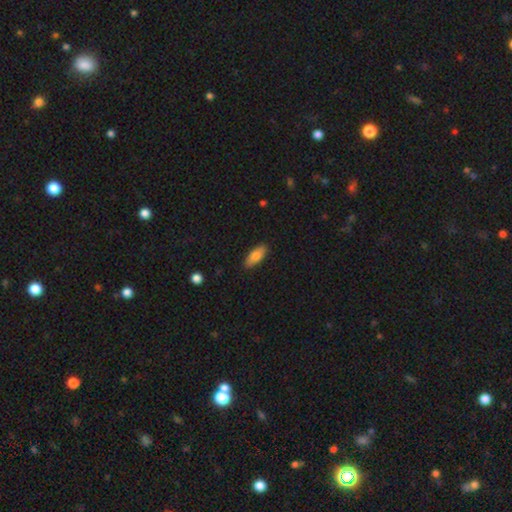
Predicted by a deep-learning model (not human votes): A smooth galaxy with no disk features (76%) that is in between round and cigar-shaped (76%). Merging: none (88%).